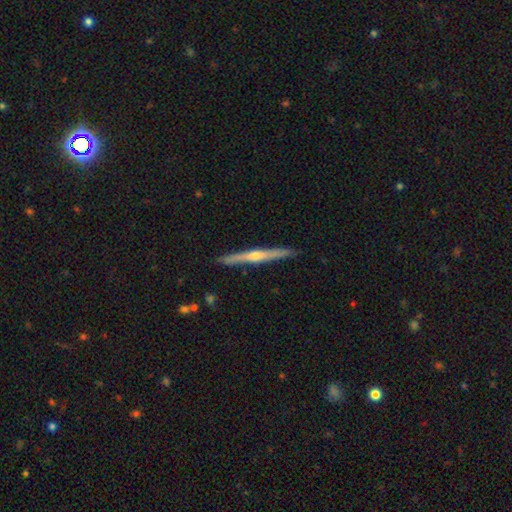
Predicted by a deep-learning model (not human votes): This is likely a featured or disk galaxy (73%). It is clearly viewed edge-on (98%). Edge-on bulge: clearly rounded (84%). Merging: clearly none (91%).